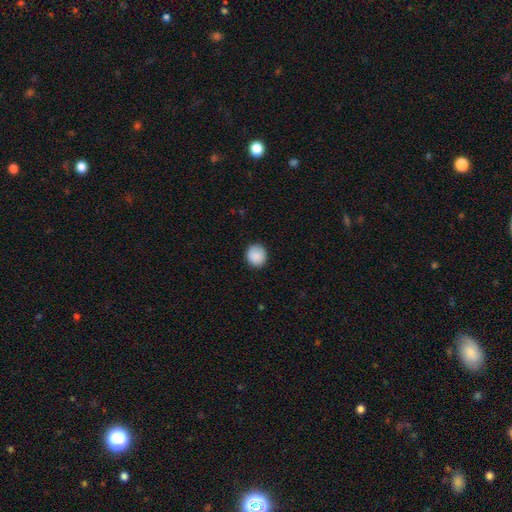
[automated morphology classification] This appears to be a smooth galaxy with no disk features (89%) that is round (84%). Merging: none (88%).